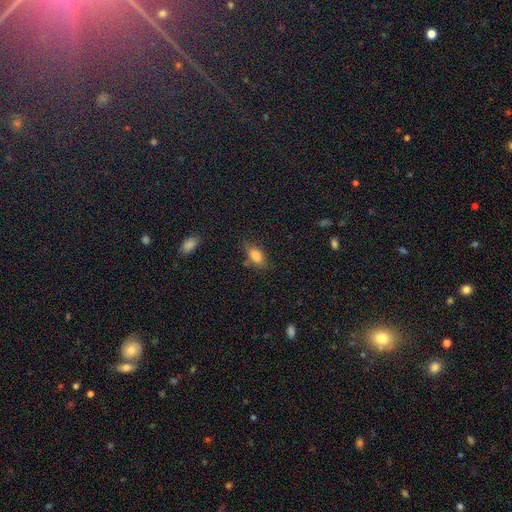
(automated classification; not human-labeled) A smooth galaxy with no disk features (82%) that is in between round and cigar-shaped (85%). Merging: none (70%).